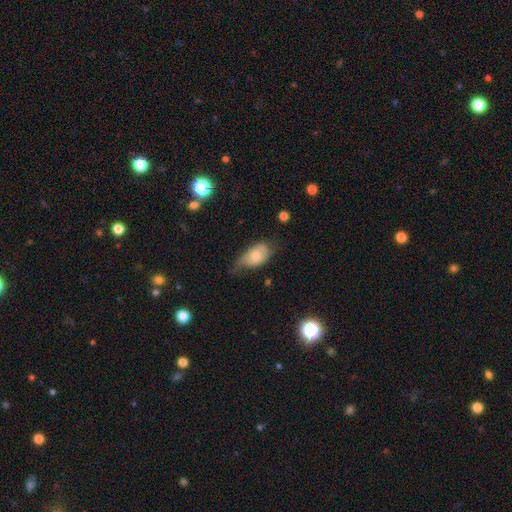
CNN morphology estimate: A smooth galaxy with no disk features (63%) that is in between round and cigar-shaped (90%). Merging: minor disturbance (43%).